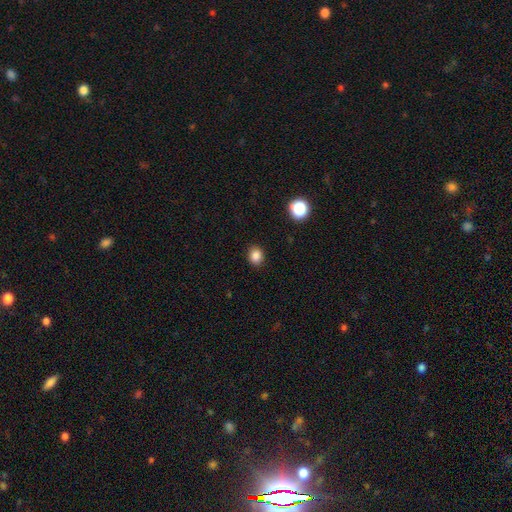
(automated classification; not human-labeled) This appears to be a smooth galaxy with no disk features (84%) that is round (65%). Merging: none (89%).